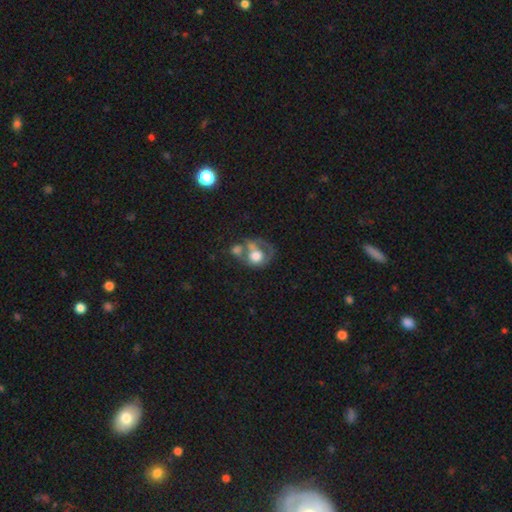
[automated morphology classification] The model was most divided on "smooth or featured": smooth: 51%, featured or disk: 40%, star or artifact: 9%. Remaining: how rounded — round (62%); merging — merger (43%).